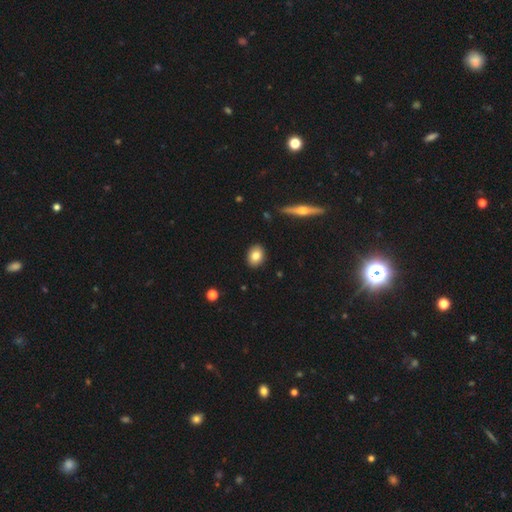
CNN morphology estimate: smooth_or_featured: smooth (p=0.82) [alt: featured or disk p=0.11]
how_rounded: in between (p=0.62) [alt: round p=0.36]
merging: none (p=0.90) [alt: minor disturbance p=0.07]